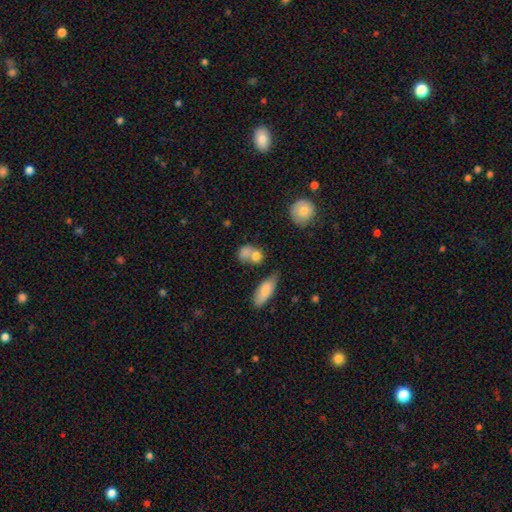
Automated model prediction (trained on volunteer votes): The model was most divided on "how rounded": in between: 50%, round: 44%, cigar-shaped: 6%. Remaining: smooth or featured — smooth (73%); merging — none (44%).